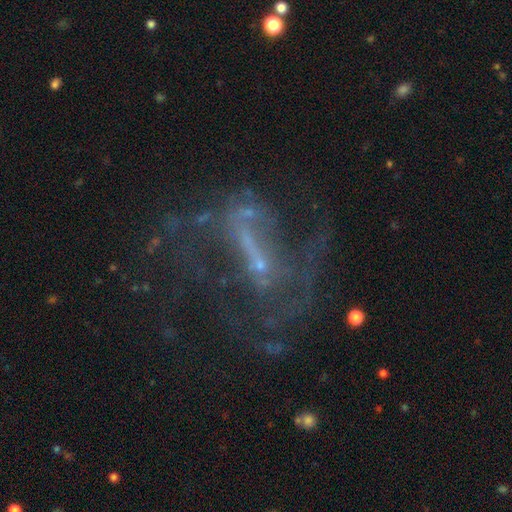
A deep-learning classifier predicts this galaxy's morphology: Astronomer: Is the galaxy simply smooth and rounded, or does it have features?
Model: featured or disk — 71%.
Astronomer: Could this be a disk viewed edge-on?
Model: no — 93%.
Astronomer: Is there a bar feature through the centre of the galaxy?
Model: weak — 35% (runner-up: no, 34%).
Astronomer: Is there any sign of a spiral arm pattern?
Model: yes — 54% (runner-up: no, 46%).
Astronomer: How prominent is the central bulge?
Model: small — 53% (runner-up: none, 32%).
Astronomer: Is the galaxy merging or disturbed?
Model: none — 41% (runner-up: major disturbance, 37%).